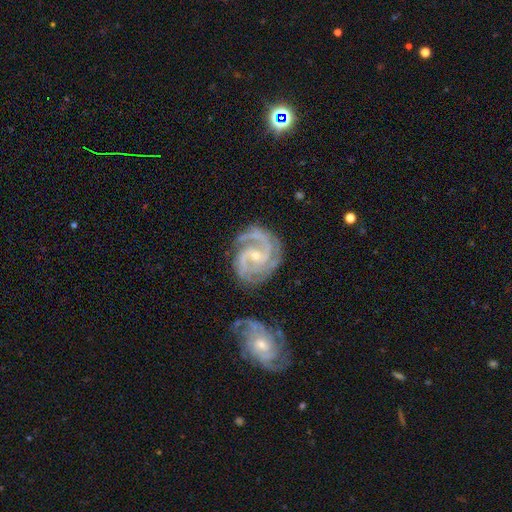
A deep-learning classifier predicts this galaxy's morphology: Smooth or featured? Predicted: featured or disk (p=0.93). Edge-on disk? Predicted: no (p=0.98). Bar? Predicted: no (p=0.49). Spiral arms? Predicted: yes (p=0.99). Spiral winding? Predicted: tight (p=0.51). Spiral arm count? Predicted: 2 (p=0.48). Bulge size? Predicted: small (p=0.70). Merging? Predicted: none (p=0.66).